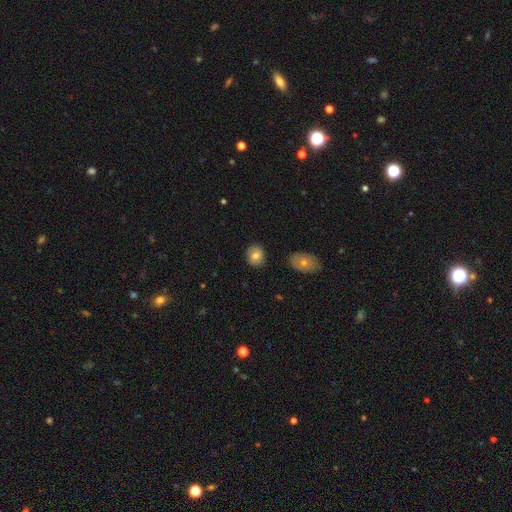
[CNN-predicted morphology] smooth 74%, featured or disk 18%, star or artifact 9%. Down the decision tree: how rounded — round (65%); merging — none (86%).